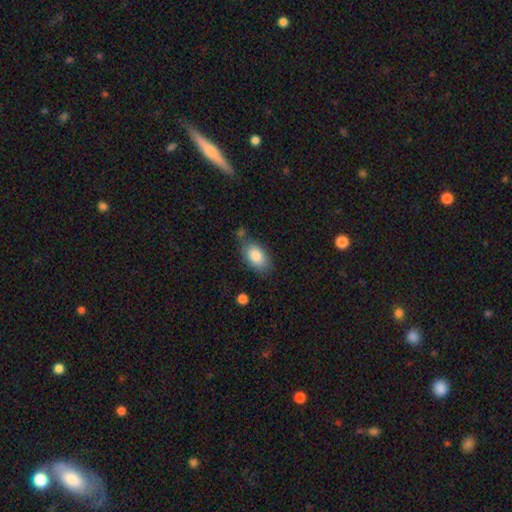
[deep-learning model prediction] A smooth galaxy with no disk features (84%) that is in between round and cigar-shaped (92%).

Vote fractions:
- Smooth or featured? smooth: 84% / featured or disk: 9% / star or artifact: 7%
- How rounded? in between: 92% / round: 5% / cigar-shaped: 3%
- Merging? none: 65% / minor disturbance: 21% / merger: 8% / major disturbance: 6%